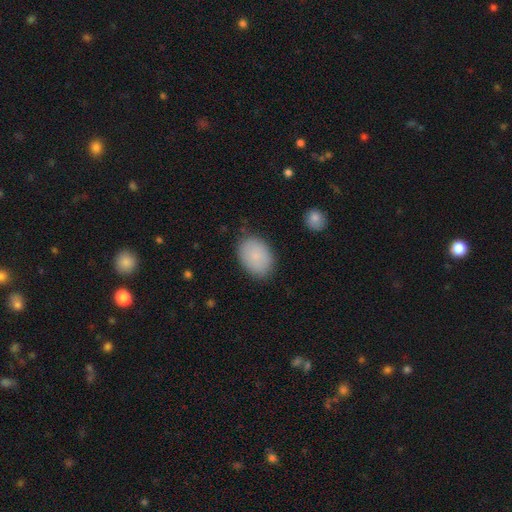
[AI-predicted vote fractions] A smooth galaxy with no disk features (86%) that is in between round and cigar-shaped (82%).

Vote fractions:
- Smooth or featured? smooth: 86% / featured or disk: 8% / star or artifact: 7%
- How rounded? in between: 82% / round: 17% / cigar-shaped: 1%
- Merging? none: 82% / minor disturbance: 14% / major disturbance: 3% / merger: 1%